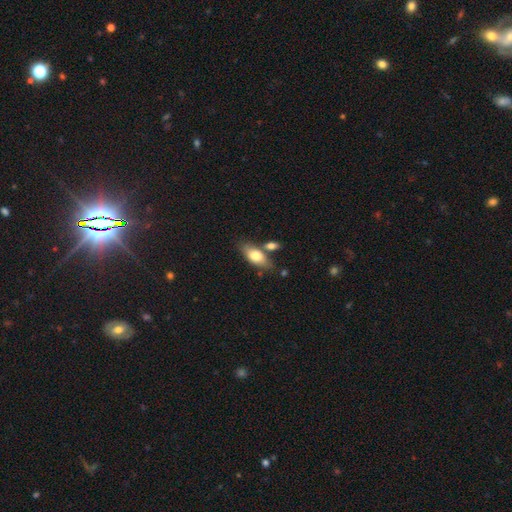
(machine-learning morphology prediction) smooth_or_featured: smooth (p=0.73) [alt: featured or disk p=0.21]
how_rounded: in between (p=0.81) [alt: cigar-shaped p=0.14]
merging: none (p=0.61) [alt: merger p=0.20]